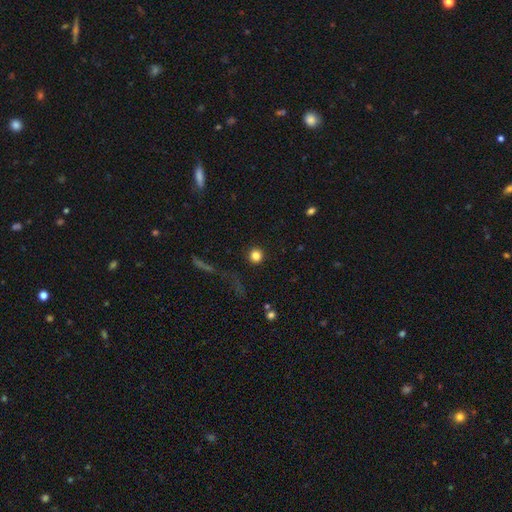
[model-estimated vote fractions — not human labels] Smooth or featured?
  - smooth: 82% *
  - star or artifact: 12%
  - featured or disk: 6%
How rounded?
  - round: 95% *
  - in between: 4%
  - cigar-shaped: 1%
Merging?
  - none: 91% *
  - minor disturbance: 4%
  - major disturbance: 3%
  - merger: 2%